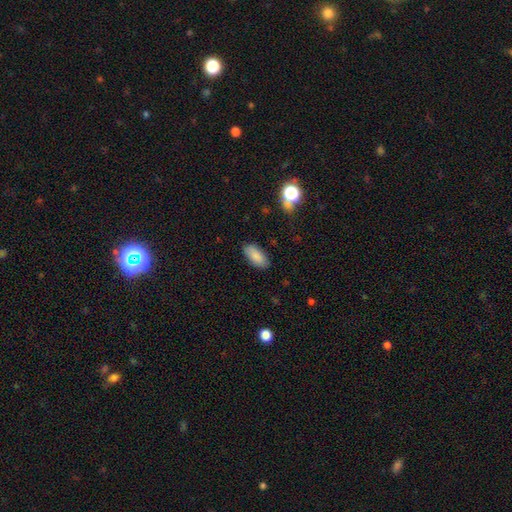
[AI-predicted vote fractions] smooth_or_featured: smooth (p=0.87) [alt: star or artifact p=0.07]
how_rounded: in between (p=0.88) [alt: cigar-shaped p=0.09]
merging: none (p=0.86) [alt: minor disturbance p=0.10]